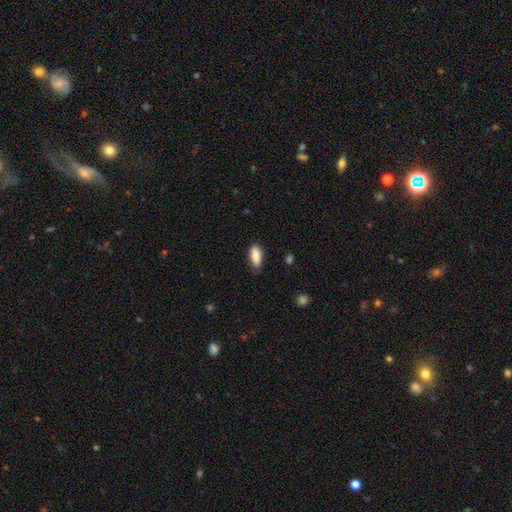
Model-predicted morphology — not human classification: The model was most divided on "how rounded": in between: 78%, cigar-shaped: 20%, round: 2%. More confident: smooth or featured — smooth (85%); merging — none (81%).